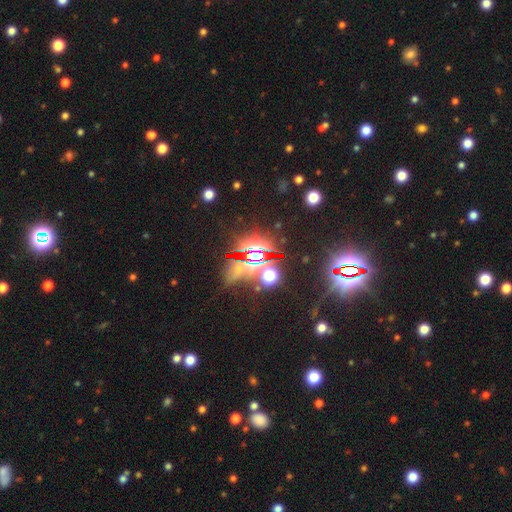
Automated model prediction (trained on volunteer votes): This is likely a star or artifact rather than a galaxy (79%).